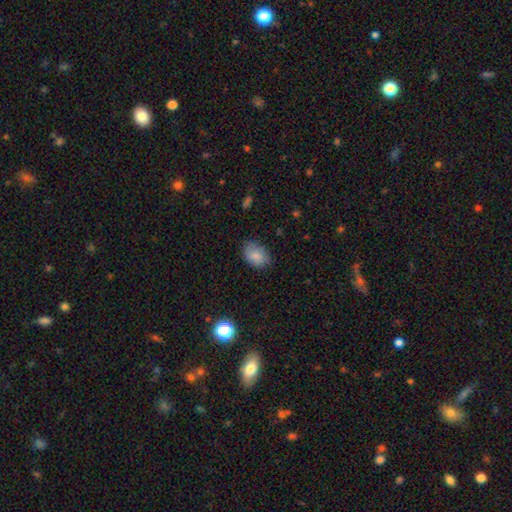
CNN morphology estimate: type=smooth (83%); roundness=in between (78%); merging=none (78%).